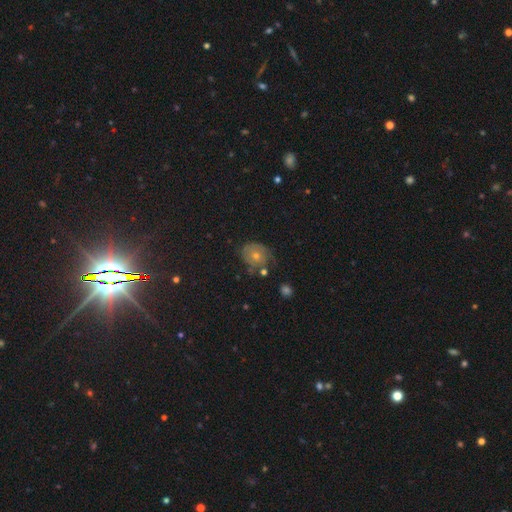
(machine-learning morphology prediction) Smooth or featured: smooth — 50% (featured or disk — 39%)
How rounded: round — 61% (in between — 38%)
Merging: none — 50% (minor disturbance — 30%)